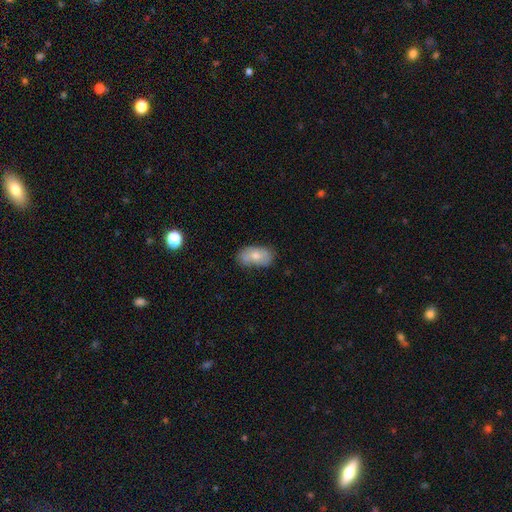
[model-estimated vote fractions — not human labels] smooth_or_featured: smooth (p=0.67) [alt: featured or disk p=0.26]
how_rounded: in between (p=0.91) [alt: round p=0.06]
merging: none (p=0.64) [alt: minor disturbance p=0.27]